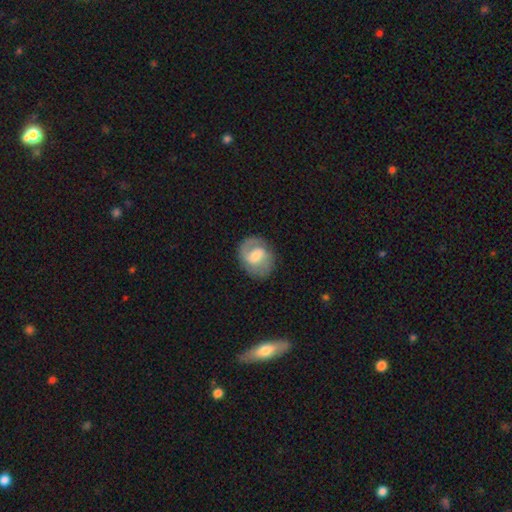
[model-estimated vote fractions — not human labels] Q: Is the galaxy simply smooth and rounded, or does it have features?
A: featured or disk — 66%.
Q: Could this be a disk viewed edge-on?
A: no — 97%.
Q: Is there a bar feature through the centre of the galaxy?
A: weak — 56%.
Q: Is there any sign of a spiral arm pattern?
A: yes — 86%.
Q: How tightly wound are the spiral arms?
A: medium — 48%.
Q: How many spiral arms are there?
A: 2 — 72%.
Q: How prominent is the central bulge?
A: moderate — 50%.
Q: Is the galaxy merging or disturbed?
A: none — 76%.